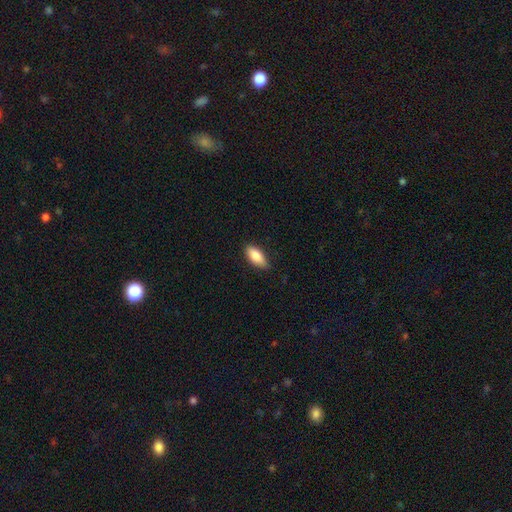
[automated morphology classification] smooth 85%, featured or disk 9%, star or artifact 6%. Down the decision tree: how rounded — in between (86%); merging — none (83%).